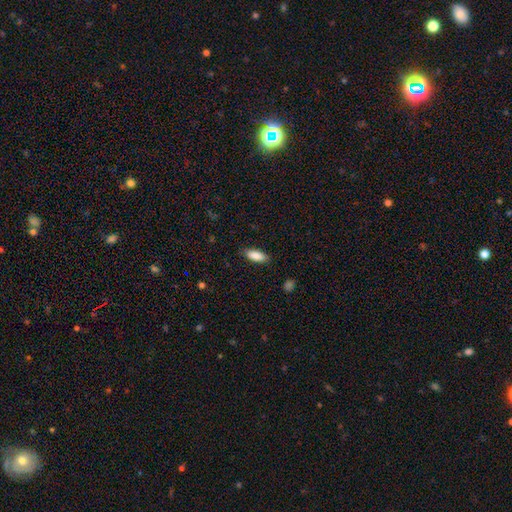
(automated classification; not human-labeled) Overall: smooth (87%). How rounded: in between (78%). Merging: none (86%).